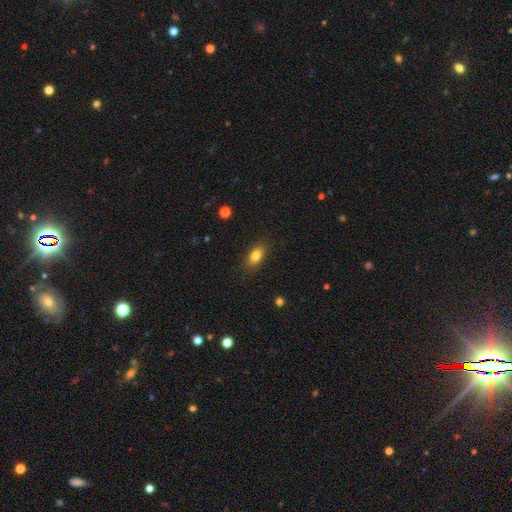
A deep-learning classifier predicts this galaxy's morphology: Q: Smooth or featured?
A: smooth (82%); runner-up: featured or disk (10%)
Q: How rounded?
A: in between (85%); runner-up: round (8%)
Q: Merging?
A: none (86%); runner-up: minor disturbance (10%)